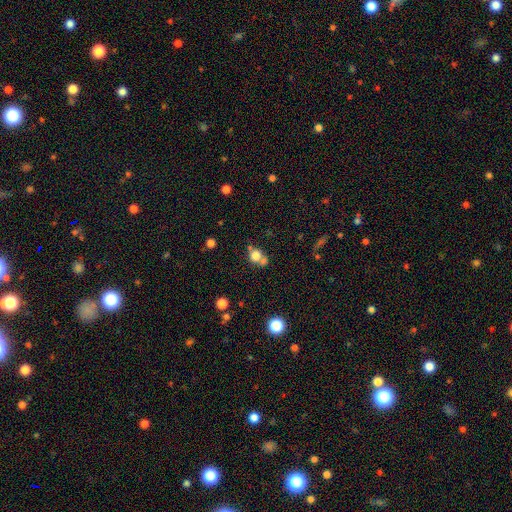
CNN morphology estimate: smooth 76%, star or artifact 13%, featured or disk 11%. Down the decision tree: how rounded — round (79%); merging — none (48%).